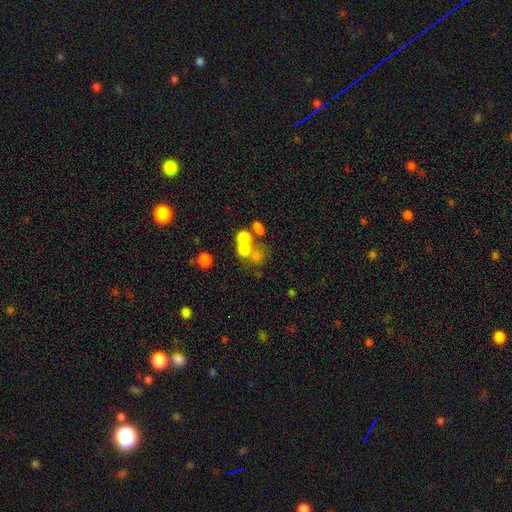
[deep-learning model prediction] Q: Smooth or featured?
A: smooth (61%); runner-up: featured or disk (21%)
Q: How rounded?
A: round (77%); runner-up: in between (22%)
Q: Merging?
A: merger (50%); runner-up: none (36%)